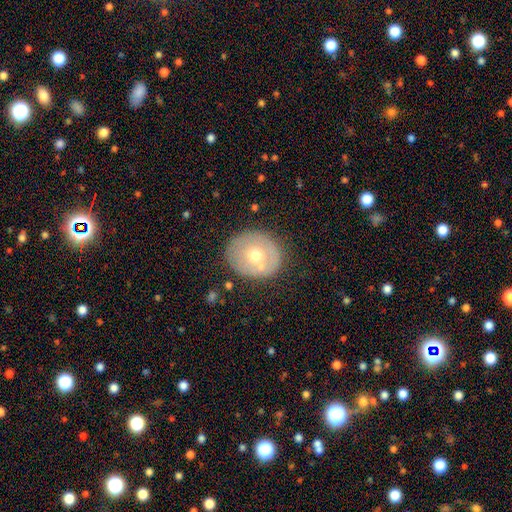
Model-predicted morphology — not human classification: Smooth or featured? smooth (55%)
How rounded? round (74%)
Merging? none (73%)